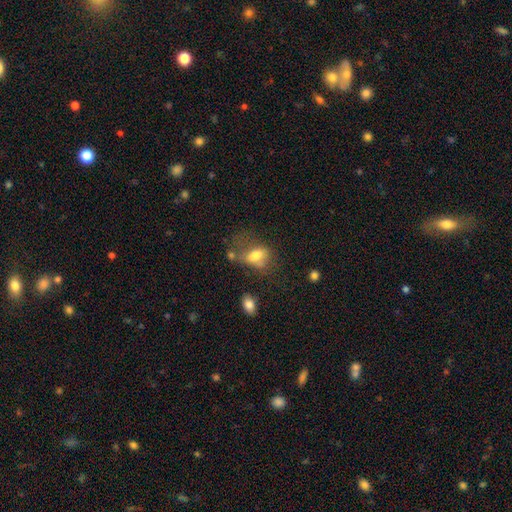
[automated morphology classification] smooth-or-featured: smooth: 70% | featured or disk: 19% | star or artifact: 11%
  how-rounded: in between: 81% | round: 16% | cigar-shaped: 3%
  merging: major disturbance: 31% (tied) | none: 31% (tied) | minor disturbance: 24% | merger: 14%